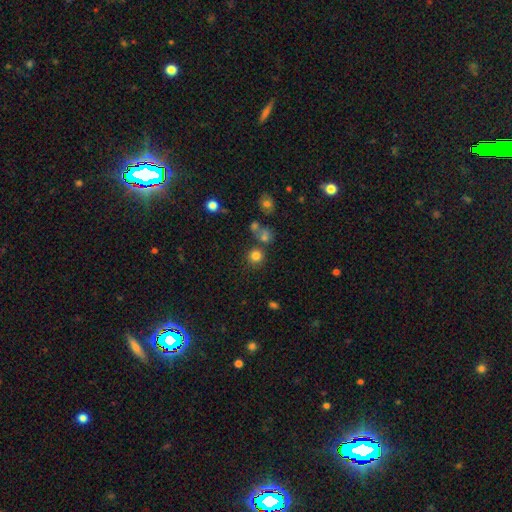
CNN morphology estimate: Overall: smooth (78%). How rounded: round (90%). Merging: none (73%).